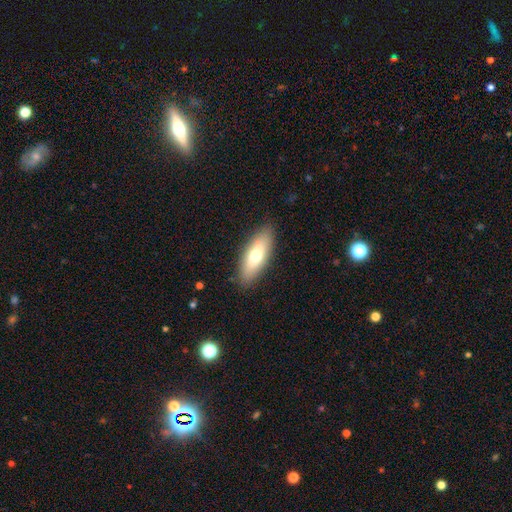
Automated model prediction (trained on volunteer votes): Smooth or featured: smooth — 66% (featured or disk — 28%)
How rounded: in between — 71% (cigar-shaped — 27%)
Merging: none — 86% (minor disturbance — 11%)